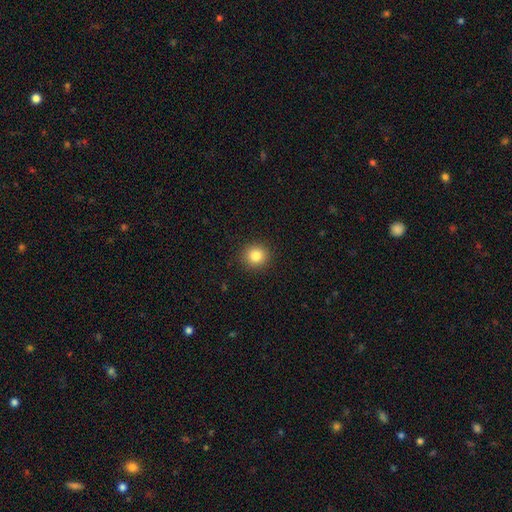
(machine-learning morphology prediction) type=smooth (83%); roundness=round (91%); merging=none (92%).